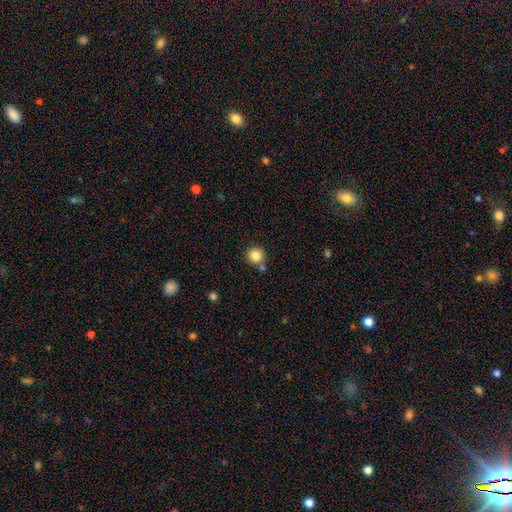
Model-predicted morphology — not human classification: Smooth or featured? smooth (83%)
How rounded? round (94%)
Merging? none (76%)